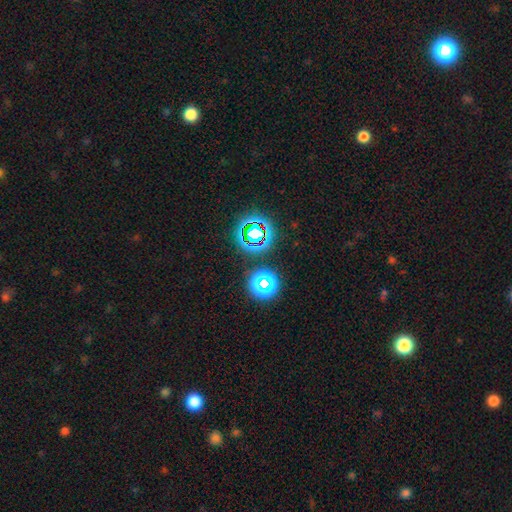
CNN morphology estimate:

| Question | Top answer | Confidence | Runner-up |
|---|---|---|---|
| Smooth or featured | star or artifact | 68% | smooth (24%) |